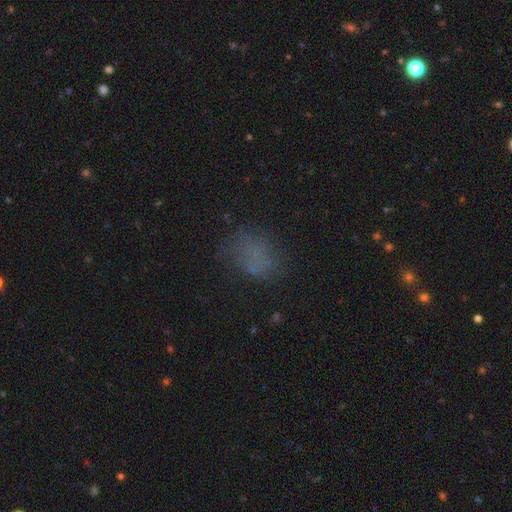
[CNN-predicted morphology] Smooth or featured: smooth — 62% (star or artifact — 23%)
How rounded: in between — 63% (round — 35%)
Merging: none — 66% (minor disturbance — 19%)